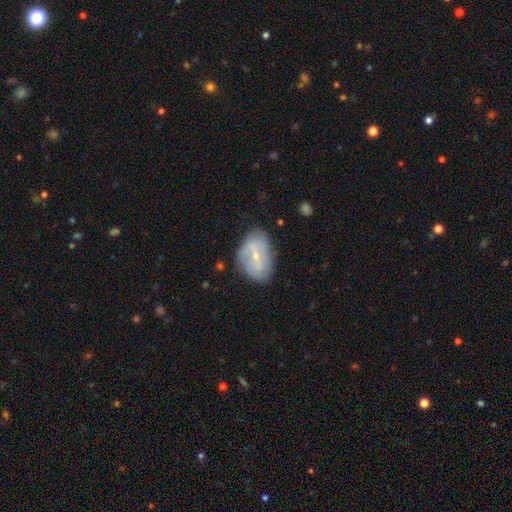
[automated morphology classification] A featured or disk galaxy (66%) with a weak bar (50%), spiral arms (77%) and a small central bulge (65%). Merging: none (65%).